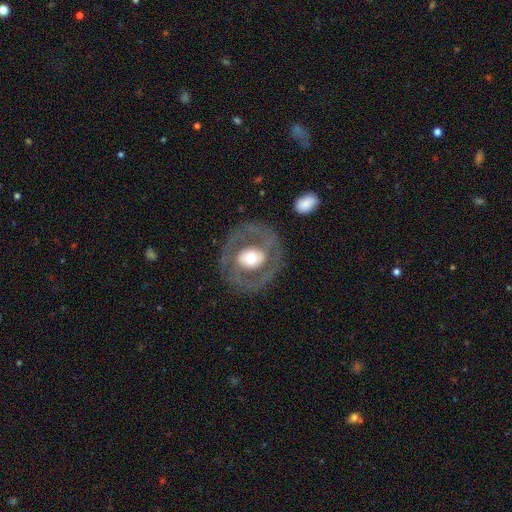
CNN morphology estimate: Smooth or featured: featured or disk — 67% (smooth — 28%)
Edge-on disk: no — 96% (yes — 4%)
Bar: no — 68% (weak — 20%)
Spiral arms: no — 66% (yes — 34%)
Bulge size: moderate — 62% (large — 27%)
Merging: none — 79% (minor disturbance — 11%)